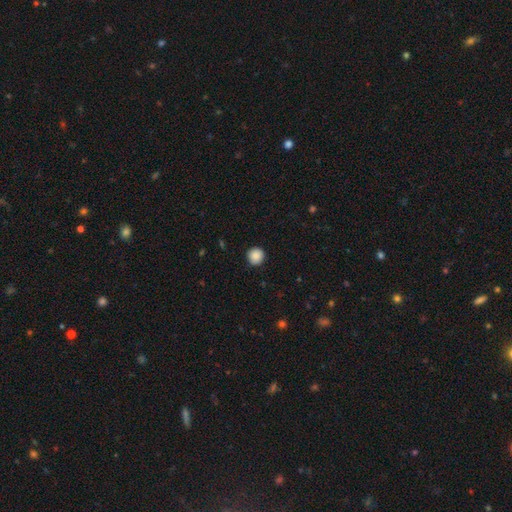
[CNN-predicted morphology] type=smooth (88%); roundness=round (94%); merging=none (91%).